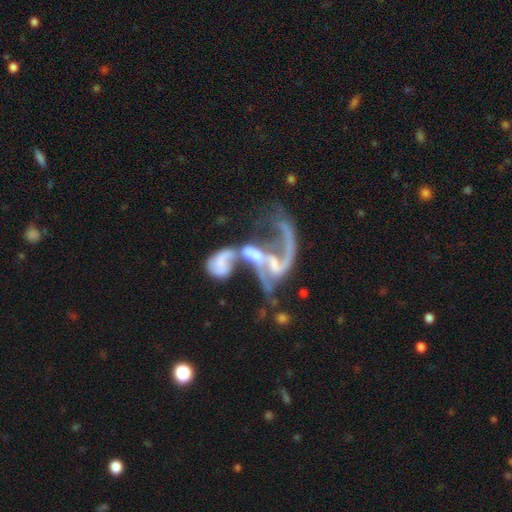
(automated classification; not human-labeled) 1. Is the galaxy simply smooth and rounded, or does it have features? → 83% featured or disk, 8% star or artifact, 8% smooth.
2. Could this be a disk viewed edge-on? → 96% no, 4% yes.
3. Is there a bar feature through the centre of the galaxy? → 42% no, 34% weak, 24% strong.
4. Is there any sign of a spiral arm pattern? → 83% yes, 17% no.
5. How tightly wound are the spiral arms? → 76% loose, 19% medium, 5% tight.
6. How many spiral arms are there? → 68% 2, 18% 1, 8% can't tell, 3% 3, 2% 4, 2% more than 4.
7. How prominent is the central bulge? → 31% small (tied), 31% none (tied), 30% moderate, 5% large, 2% dominant.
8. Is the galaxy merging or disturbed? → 66% merger, 19% major disturbance, 10% none, 5% minor disturbance.